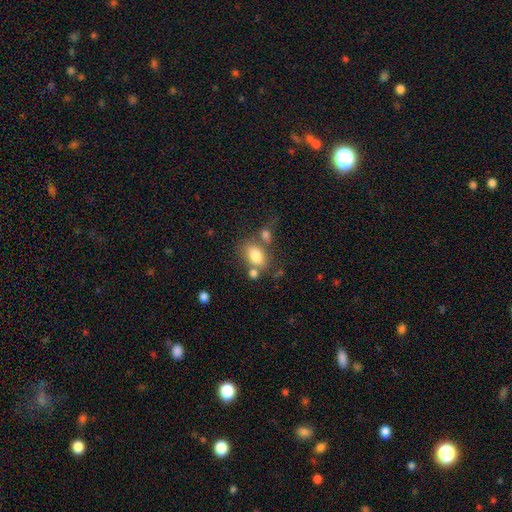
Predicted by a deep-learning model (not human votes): Smooth or featured? smooth (79%)
How rounded? in between (85%)
Merging? none (55%)